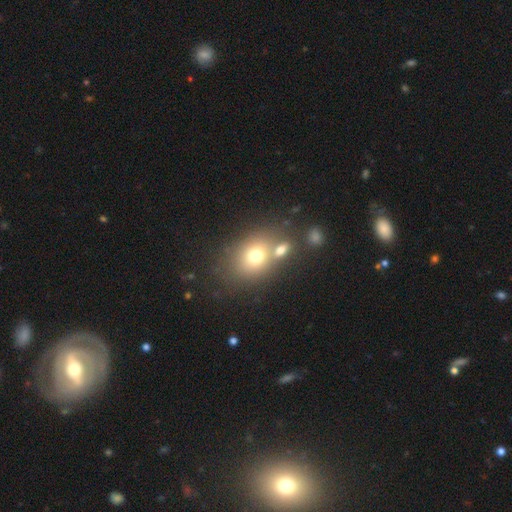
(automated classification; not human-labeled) The model was most divided on "how rounded": in between: 51%, round: 48%, cigar-shaped: 1%. More confident: smooth or featured — smooth (71%); merging — none (51%).